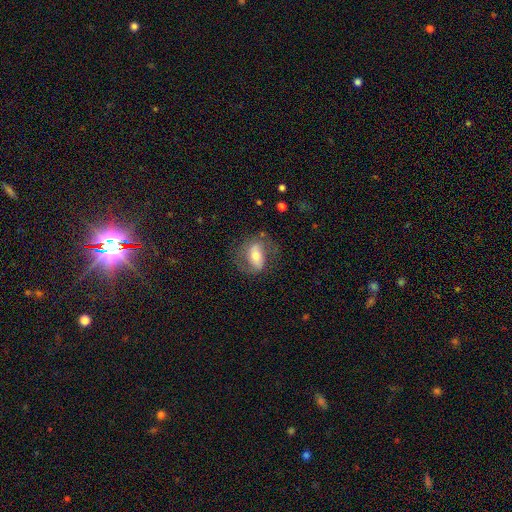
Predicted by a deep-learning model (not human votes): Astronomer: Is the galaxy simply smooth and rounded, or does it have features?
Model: featured or disk — 50% (runner-up: smooth, 42%).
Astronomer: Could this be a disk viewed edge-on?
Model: no — 90%.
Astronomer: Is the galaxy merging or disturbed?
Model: none — 66%.